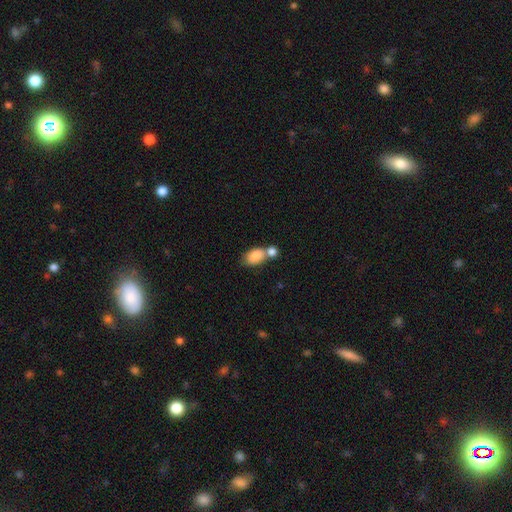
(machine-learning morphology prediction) smooth_or_featured: smooth (p=0.84) [alt: featured or disk p=0.09]
how_rounded: in between (p=0.87) [alt: round p=0.11]
merging: merger (p=0.49) [alt: none p=0.34]